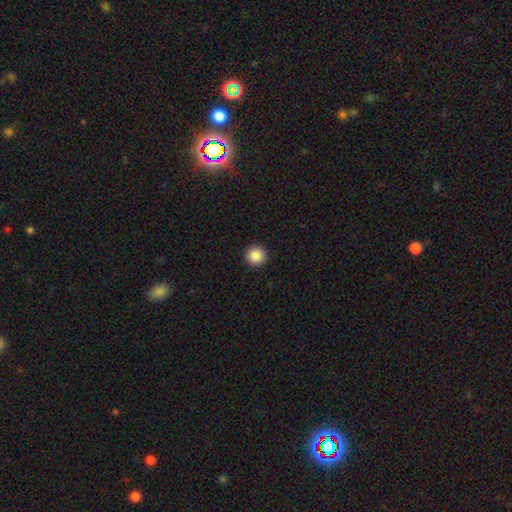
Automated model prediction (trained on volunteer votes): A smooth galaxy with no disk features (87%) that is round (95%). Merging: none (94%).